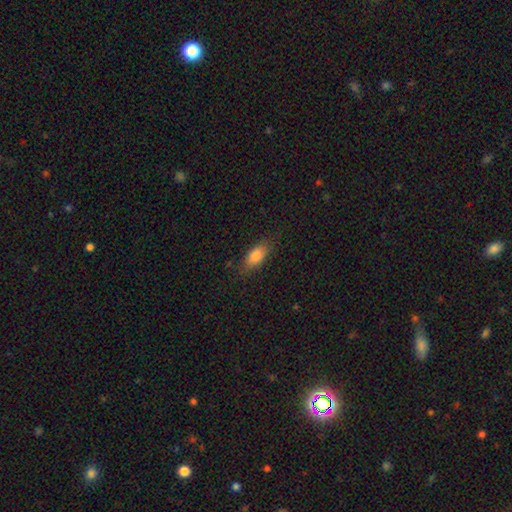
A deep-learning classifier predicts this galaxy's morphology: A smooth galaxy with no disk features (83%) that is in between round and cigar-shaped (85%).

Vote fractions:
- Smooth or featured? smooth: 83% / featured or disk: 9% / star or artifact: 8%
- How rounded? in between: 85% / cigar-shaped: 12% / round: 3%
- Merging? none: 79% / minor disturbance: 15% / major disturbance: 4% / merger: 1%